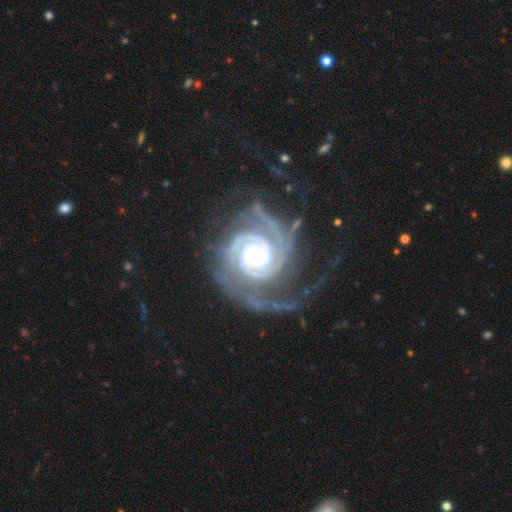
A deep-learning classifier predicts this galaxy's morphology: Smooth or featured: featured or disk — 93% (star or artifact — 4%)
Edge-on disk: no — 98% (yes — 2%)
Bar: no — 69% (weak — 20%)
Spiral arms: yes — 99% (no — 1%)
Spiral winding: tight — 77% (medium — 19%)
Spiral arm count: 2 — 29% (3 — 26%)
Bulge size: moderate — 56% (small — 36%)
Merging: none — 54% (major disturbance — 23%)